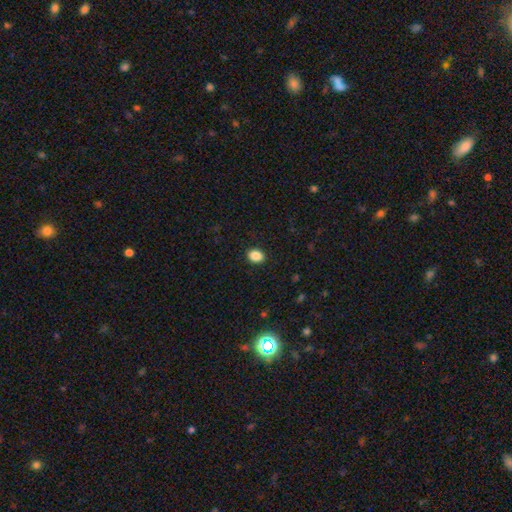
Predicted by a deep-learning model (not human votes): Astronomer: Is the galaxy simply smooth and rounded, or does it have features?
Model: smooth — 87%.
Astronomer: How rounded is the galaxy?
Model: in between — 63%.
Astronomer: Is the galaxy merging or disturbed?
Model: none — 90%.